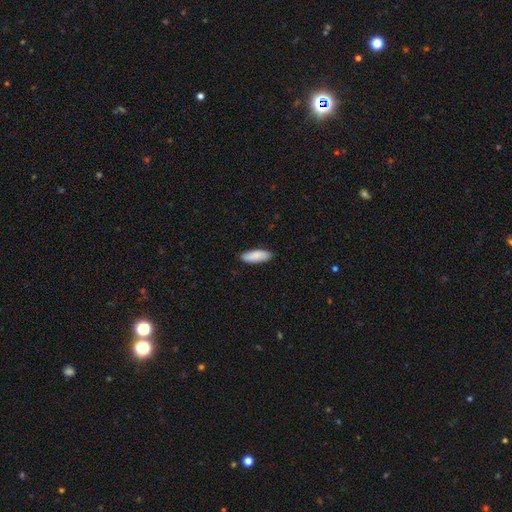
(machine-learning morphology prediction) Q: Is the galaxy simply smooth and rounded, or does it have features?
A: smooth — 88%.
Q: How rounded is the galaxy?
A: in between — 63%.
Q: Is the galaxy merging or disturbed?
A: none — 87%.